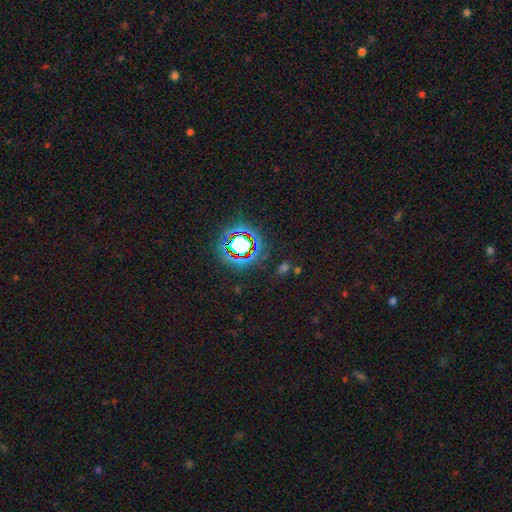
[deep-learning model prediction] Morphology: type=star or artifact (81%).